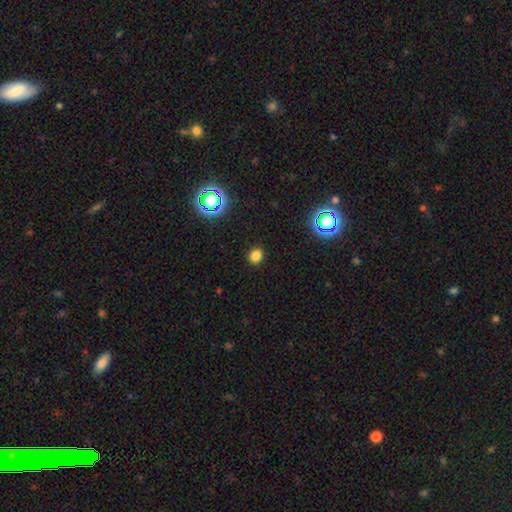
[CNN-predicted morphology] This appears to be a smooth galaxy with no disk features (79%) that is round (76%). Merging: none (90%).